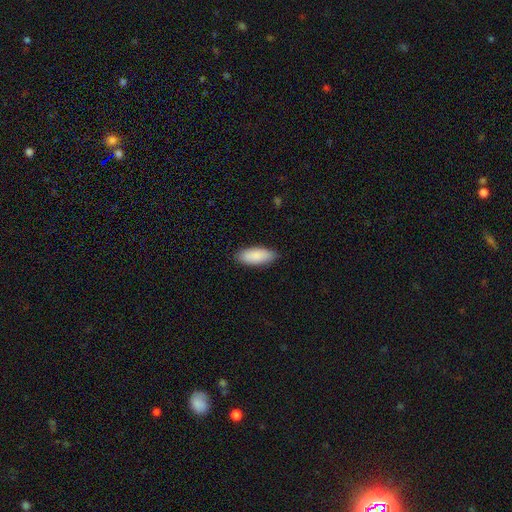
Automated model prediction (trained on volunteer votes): Smooth or featured: smooth — 89% (star or artifact — 5%)
How rounded: in between — 83% (cigar-shaped — 15%)
Merging: none — 88% (minor disturbance — 9%)